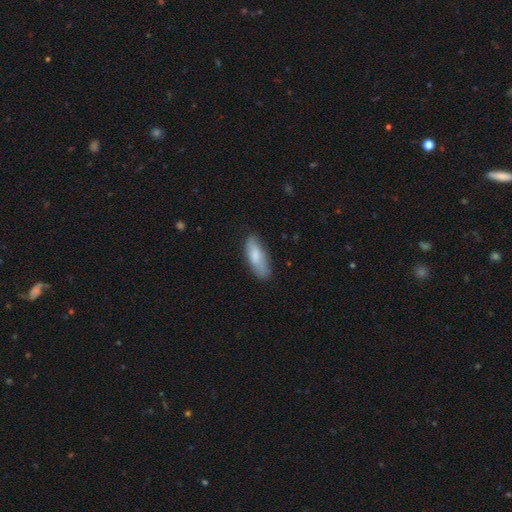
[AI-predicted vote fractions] smooth 77%, featured or disk 17%, star or artifact 6%. Down the decision tree: how rounded — in between (59%); merging — none (74%).